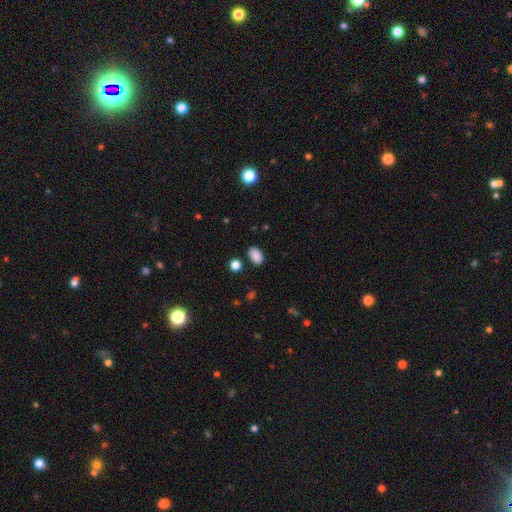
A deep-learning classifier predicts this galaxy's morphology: Overall: smooth (87%). How rounded: in between (87%). Merging: none (85%).